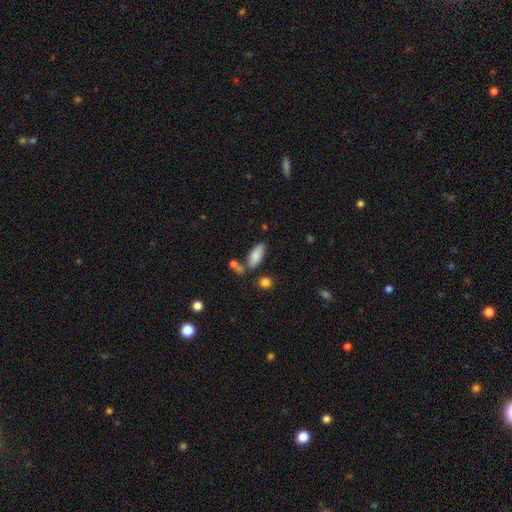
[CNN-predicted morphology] smooth-or-featured: smooth: 82% | featured or disk: 11% | star or artifact: 7%
  how-rounded: in between: 81% | cigar-shaped: 17% | round: 2%
  merging: none: 65% | minor disturbance: 17% | merger: 13% | major disturbance: 5%